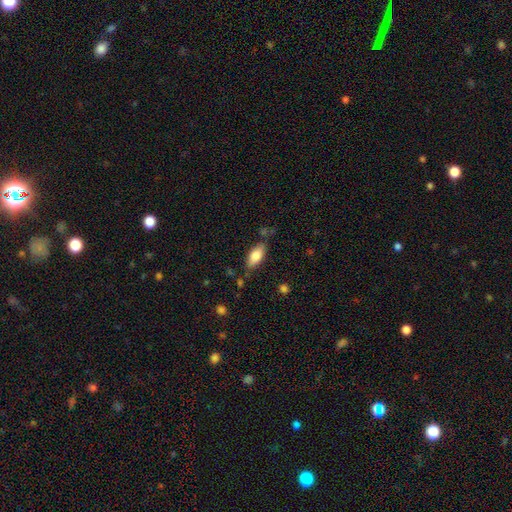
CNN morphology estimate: smooth-or-featured: smooth: 79% | featured or disk: 14% | star or artifact: 7%
  how-rounded: in between: 86% | cigar-shaped: 12% | round: 3%
  merging: none: 75% | minor disturbance: 17% | major disturbance: 4% | merger: 4%